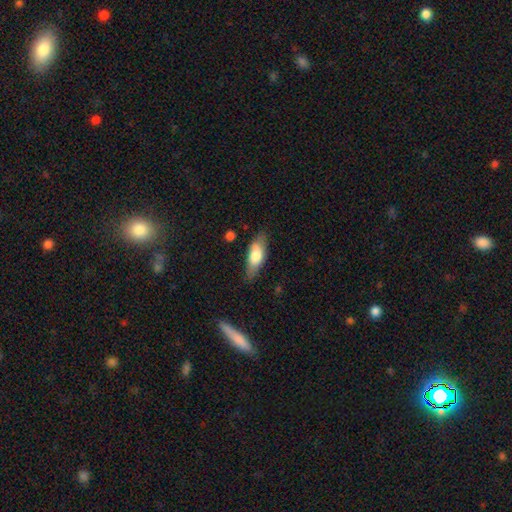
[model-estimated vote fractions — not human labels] The model was most divided on "how rounded": in between: 68%, cigar-shaped: 30%, round: 3%. More confident: smooth or featured — smooth (72%); merging — none (71%).